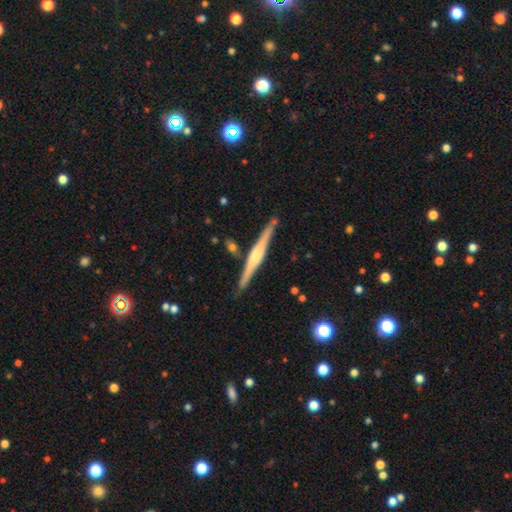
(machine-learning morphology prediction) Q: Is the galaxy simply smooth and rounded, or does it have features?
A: featured or disk — 74%.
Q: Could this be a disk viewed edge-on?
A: yes — 98%.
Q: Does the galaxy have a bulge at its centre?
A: rounded — 71%.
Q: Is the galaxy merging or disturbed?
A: none — 86%.